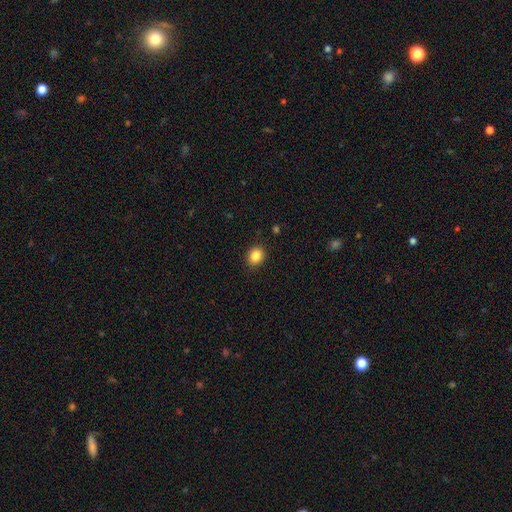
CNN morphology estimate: The model was most divided on "how rounded": round: 55%, in between: 44%, cigar-shaped: 1%. More confident: merging — none (89%); smooth or featured — smooth (86%).